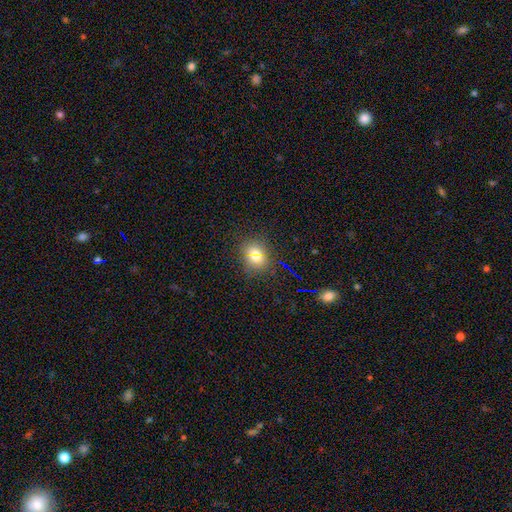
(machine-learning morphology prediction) Smooth or featured? smooth (69%)
How rounded? round (65%)
Merging? none (79%)